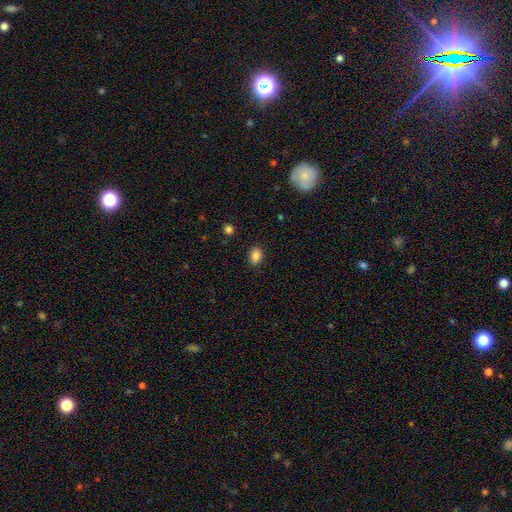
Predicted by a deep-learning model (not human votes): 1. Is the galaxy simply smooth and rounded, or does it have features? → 86% smooth, 9% star or artifact, 5% featured or disk.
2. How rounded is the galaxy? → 77% in between, 21% round, 1% cigar-shaped.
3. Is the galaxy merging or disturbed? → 87% none, 9% minor disturbance, 2% major disturbance, 1% merger.